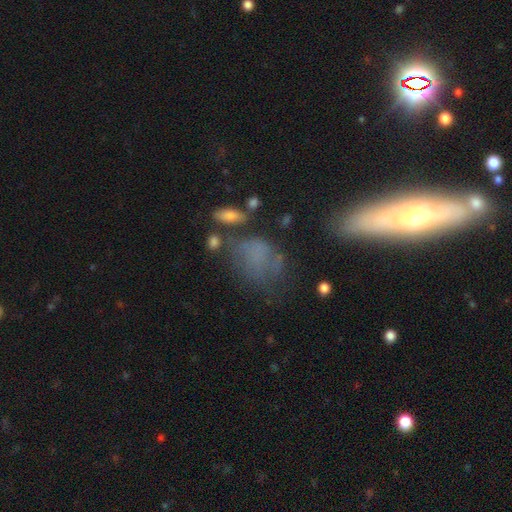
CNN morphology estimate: A smooth galaxy with no disk features (55%) that is in between round and cigar-shaped (67%). Merging: none (36%).